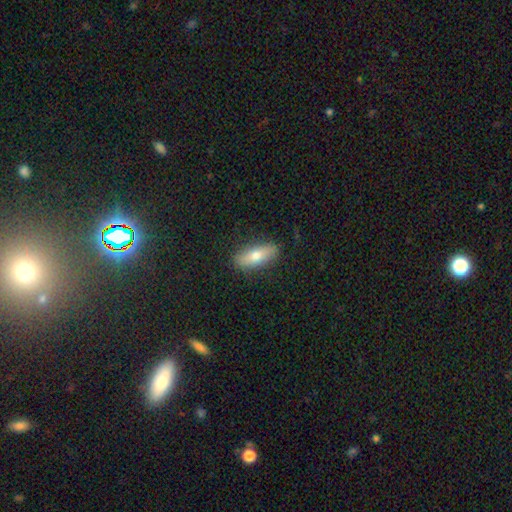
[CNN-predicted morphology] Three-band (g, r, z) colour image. It shows a smooth galaxy with no disk features (69%) that is in between round and cigar-shaped (65%). Merging: none (86%).